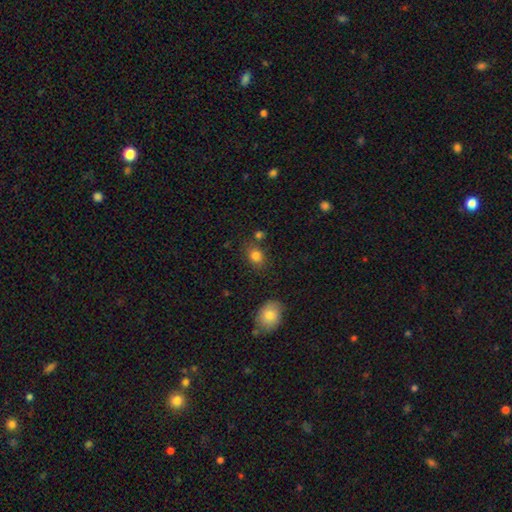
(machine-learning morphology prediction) smooth_or_featured: smooth (p=0.82) [alt: star or artifact p=0.11]
how_rounded: in between (p=0.52) [alt: round p=0.46]
merging: none (p=0.75) [alt: minor disturbance p=0.13]